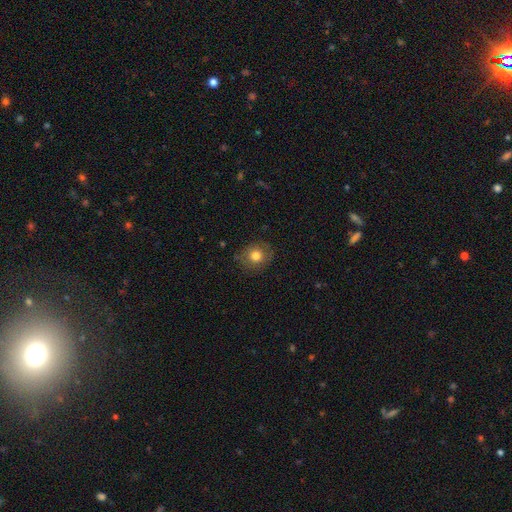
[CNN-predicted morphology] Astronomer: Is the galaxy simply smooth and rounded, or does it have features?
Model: smooth — 77%.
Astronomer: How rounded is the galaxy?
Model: round — 79%.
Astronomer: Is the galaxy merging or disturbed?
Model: none — 84%.